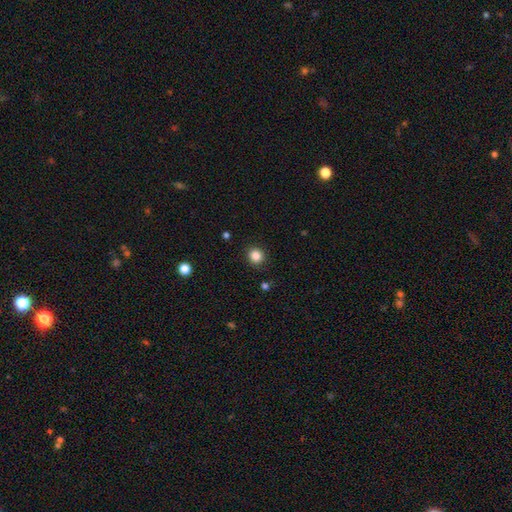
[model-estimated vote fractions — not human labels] Q: Smooth or featured?
A: smooth (85%); runner-up: star or artifact (11%)
Q: How rounded?
A: round (88%); runner-up: in between (11%)
Q: Merging?
A: none (89%); runner-up: minor disturbance (7%)